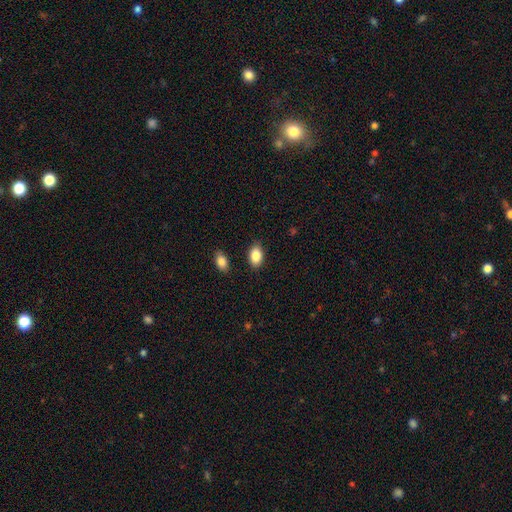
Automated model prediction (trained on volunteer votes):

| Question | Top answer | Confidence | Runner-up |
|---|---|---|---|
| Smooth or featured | smooth | 87% | star or artifact (7%) |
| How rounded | in between | 88% | round (10%) |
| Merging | none | 85% | minor disturbance (10%) |